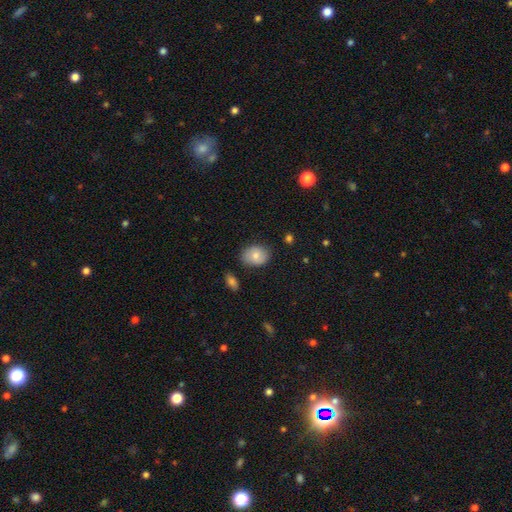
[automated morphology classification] Q: Smooth or featured?
A: smooth (78%); runner-up: featured or disk (15%)
Q: How rounded?
A: in between (64%); runner-up: round (35%)
Q: Merging?
A: none (78%); runner-up: minor disturbance (16%)